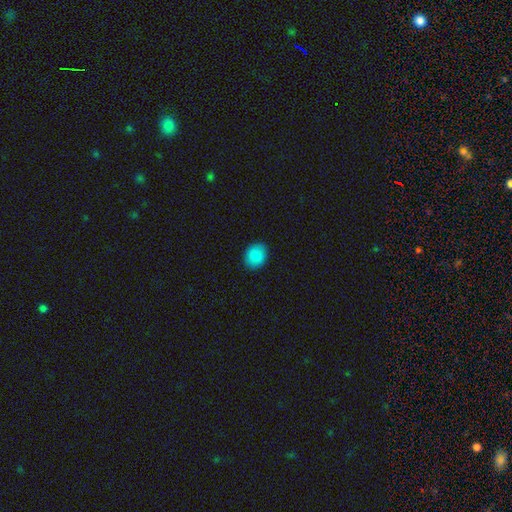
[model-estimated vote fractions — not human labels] A smooth galaxy with no disk features (87%) that is round (52%). Merging: none (88%).